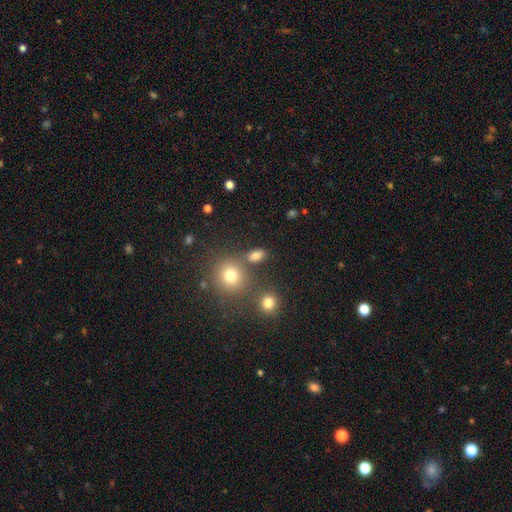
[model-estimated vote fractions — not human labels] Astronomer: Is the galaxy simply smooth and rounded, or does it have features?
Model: smooth — 77%.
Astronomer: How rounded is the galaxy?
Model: in between — 67%.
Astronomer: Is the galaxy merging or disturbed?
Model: none — 73%.